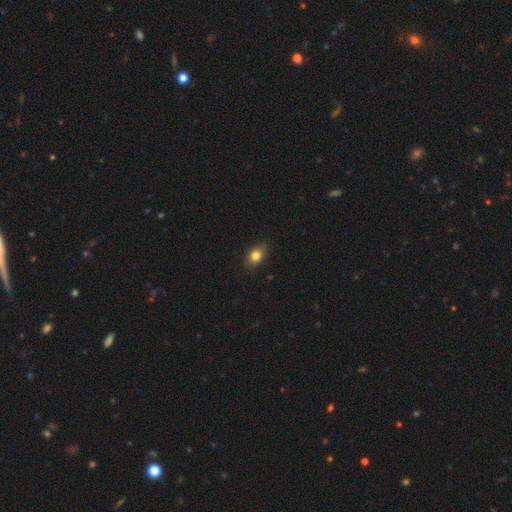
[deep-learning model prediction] Smooth or featured? smooth (82%)
How rounded? in between (73%)
Merging? none (81%)